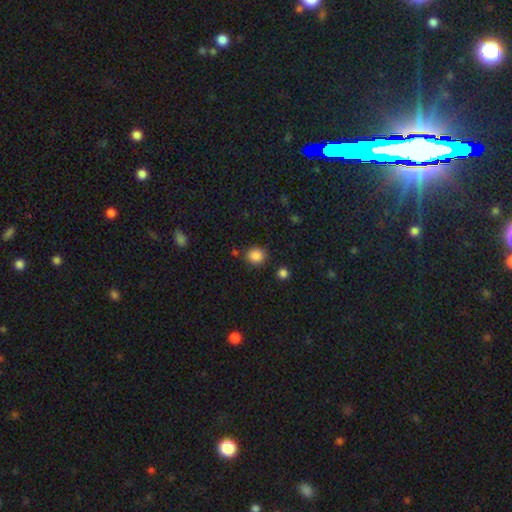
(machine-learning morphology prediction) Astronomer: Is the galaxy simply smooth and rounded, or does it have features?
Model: smooth — 86%.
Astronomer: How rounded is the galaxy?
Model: round — 80%.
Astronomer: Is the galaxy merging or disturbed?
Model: none — 82%.